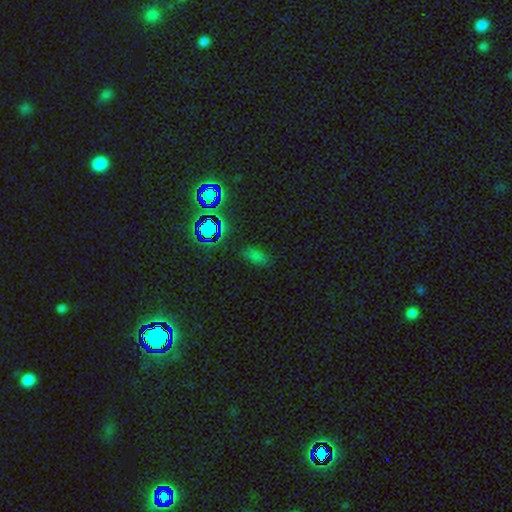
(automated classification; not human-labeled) smooth 57%, star or artifact 35%, featured or disk 8%. Down the decision tree: how rounded — in between (85%); merging — none (77%).